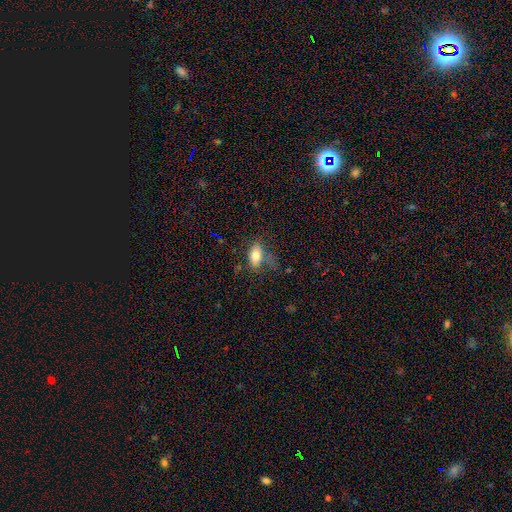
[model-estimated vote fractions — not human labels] smooth 76%, featured or disk 15%, star or artifact 9%. Down the decision tree: how rounded — in between (86%); merging — none (55%).